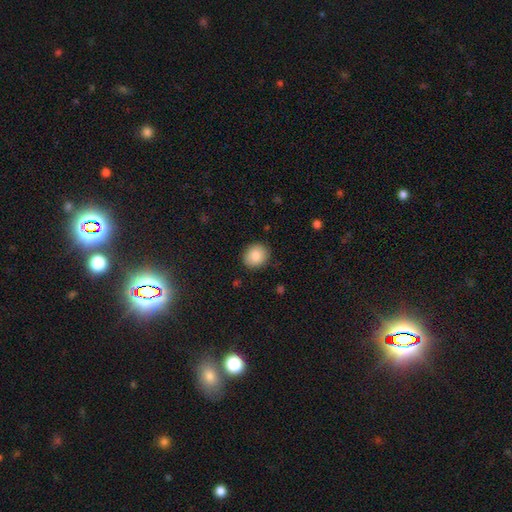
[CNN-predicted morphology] This is clearly a smooth galaxy (86%). How rounded: likely round (70%). Merging: clearly none (87%).